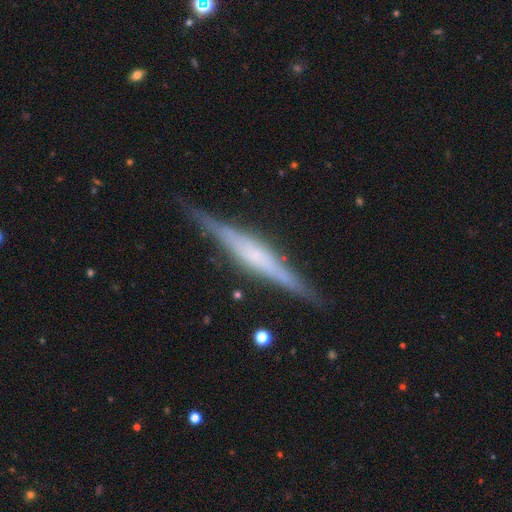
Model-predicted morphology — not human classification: Smooth or featured? featured or disk (78%)
Edge-on disk? yes (97%)
Edge-on bulge? boxy (43%)
Merging? none (86%)